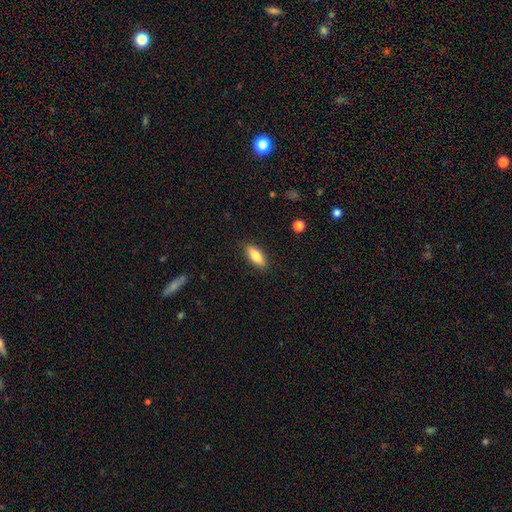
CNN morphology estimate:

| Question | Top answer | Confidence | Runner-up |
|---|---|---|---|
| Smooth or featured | smooth | 79% | featured or disk (14%) |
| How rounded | in between | 74% | cigar-shaped (24%) |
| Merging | none | 87% | minor disturbance (10%) |